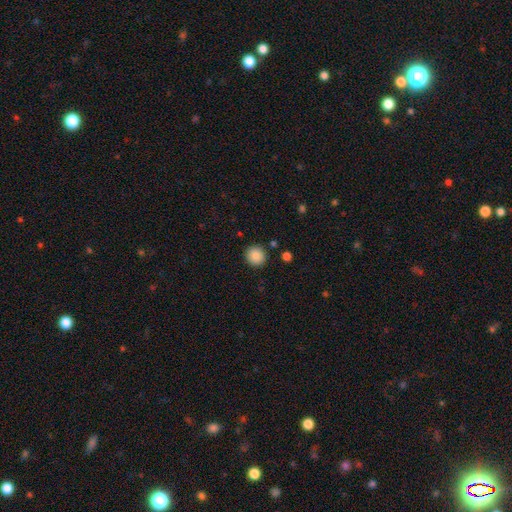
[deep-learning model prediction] Q: Smooth or featured?
A: smooth (88%); runner-up: star or artifact (9%)
Q: How rounded?
A: round (91%); runner-up: in between (8%)
Q: Merging?
A: none (90%); runner-up: minor disturbance (6%)